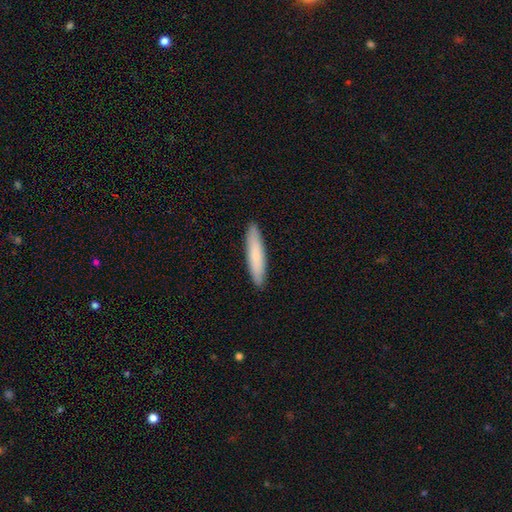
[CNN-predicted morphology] Q: Smooth or featured?
A: smooth (81%); runner-up: featured or disk (14%)
Q: How rounded?
A: cigar-shaped (89%); runner-up: in between (10%)
Q: Merging?
A: none (91%); runner-up: minor disturbance (6%)